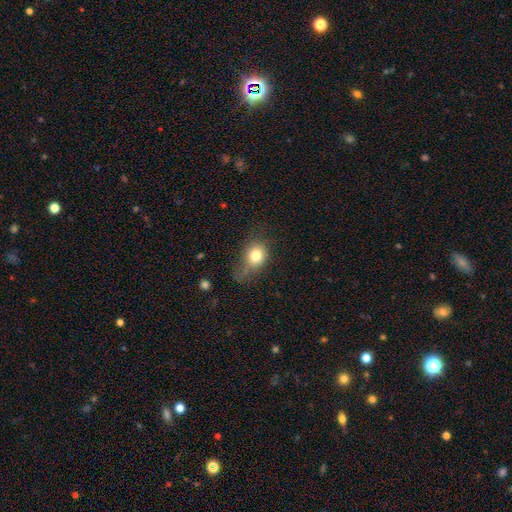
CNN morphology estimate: A smooth galaxy with no disk features (77%) that is round (56%).

Vote fractions:
- Smooth or featured? smooth: 77% / featured or disk: 12% / star or artifact: 11%
- How rounded? round: 56% / in between: 43% / cigar-shaped: 1%
- Merging? none: 42% / minor disturbance: 30% / major disturbance: 24% / merger: 4%